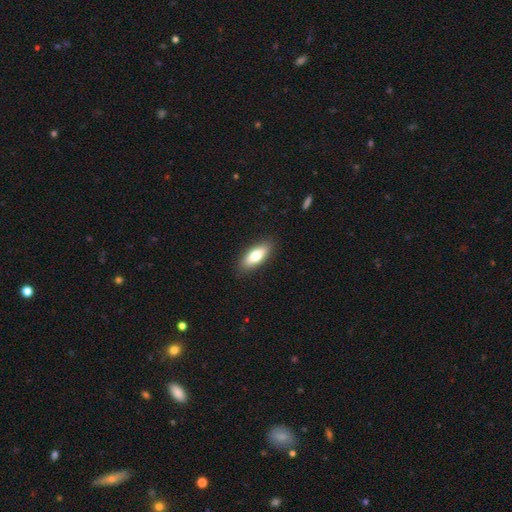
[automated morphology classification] This is likely a smooth galaxy (73%). How rounded: likely in between (71%). Merging: clearly none (88%).